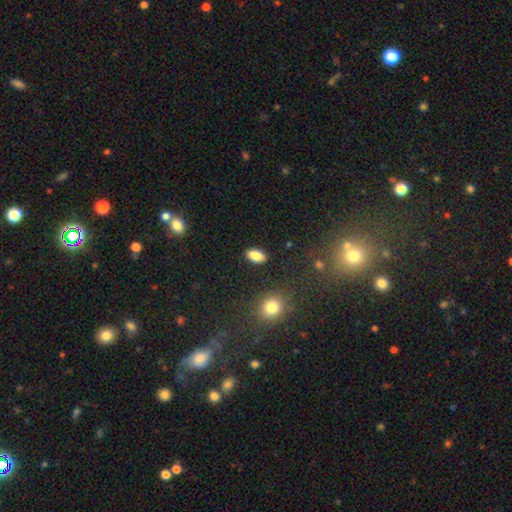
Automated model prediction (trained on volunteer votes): Smooth or featured?
  - smooth: 85% *
  - star or artifact: 9%
  - featured or disk: 7%
How rounded?
  - in between: 91% *
  - round: 7%
  - cigar-shaped: 2%
Merging?
  - none: 89% *
  - minor disturbance: 8%
  - major disturbance: 2%
  - merger: 1%